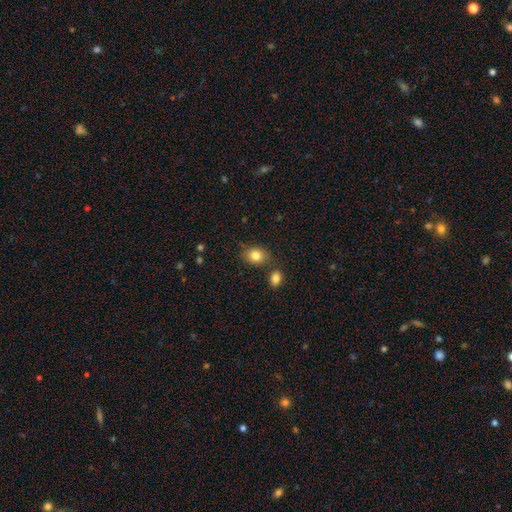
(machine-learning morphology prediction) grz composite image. It shows a smooth galaxy with no disk features (82%) that is in between round and cigar-shaped (59%). Merging: none (75%).